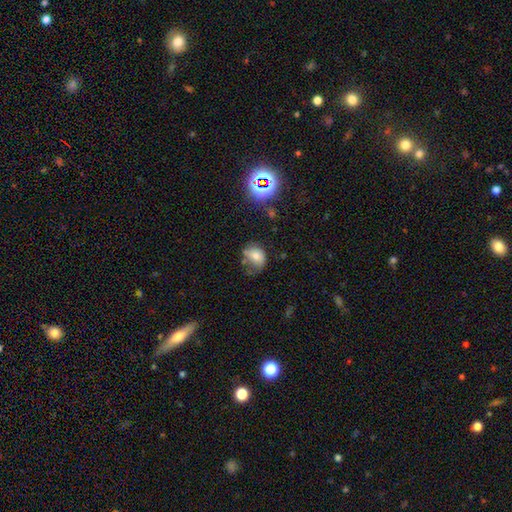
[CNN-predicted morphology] Smooth or featured? Predicted: smooth (p=0.68). How rounded? Predicted: in between (p=0.57). Merging? Predicted: none (p=0.38).